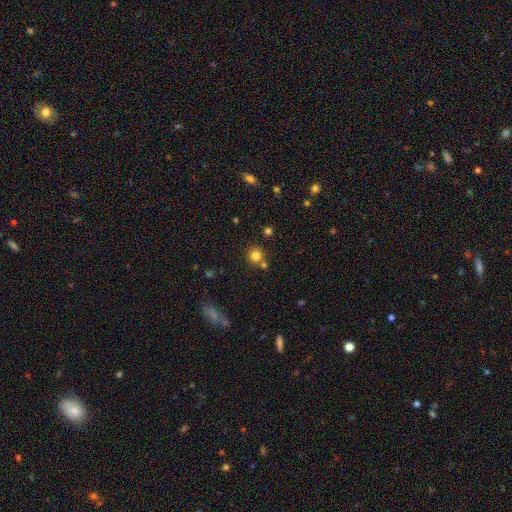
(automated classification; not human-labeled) Smooth or featured? Predicted: smooth (p=0.80). How rounded? Predicted: round (p=0.92). Merging? Predicted: none (p=0.74).